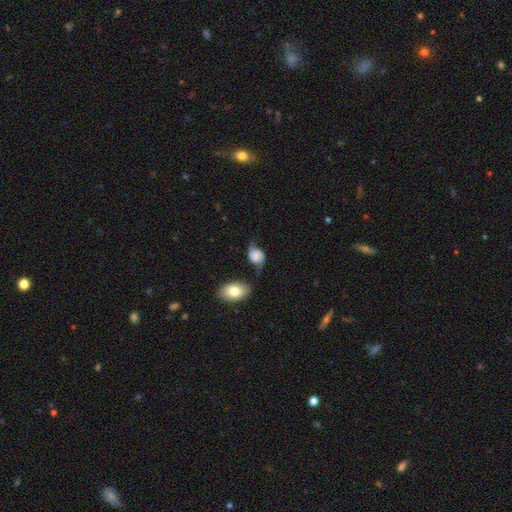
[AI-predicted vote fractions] Smooth or featured? featured or disk (49%)
Merging? none (47%)